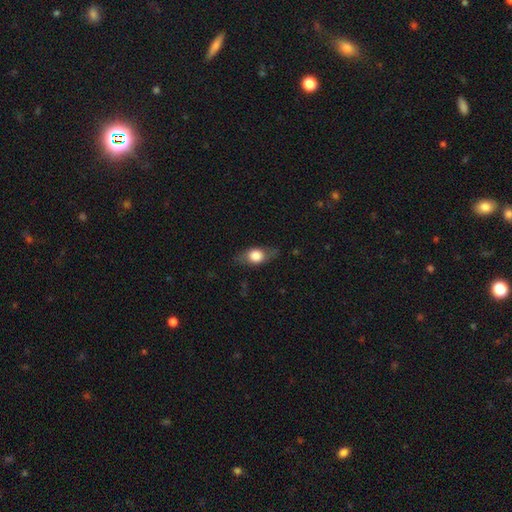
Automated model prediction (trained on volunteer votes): Smooth or featured? Predicted: smooth (p=0.64). How rounded? Predicted: in between (p=0.66). Merging? Predicted: none (p=0.74).